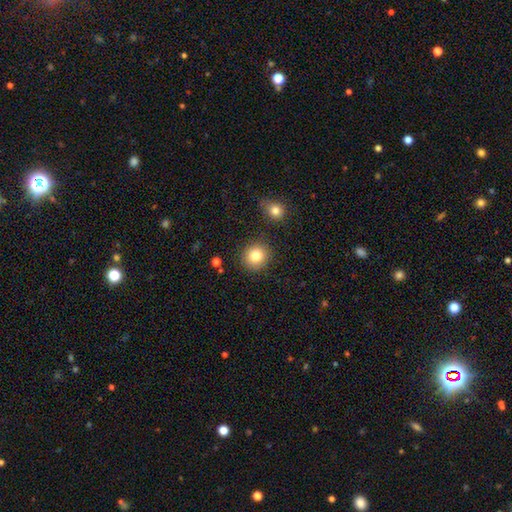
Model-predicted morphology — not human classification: smooth_or_featured: smooth (p=0.82) [alt: star or artifact p=0.10]
how_rounded: round (p=0.88) [alt: in between p=0.11]
merging: none (p=0.87) [alt: minor disturbance p=0.07]